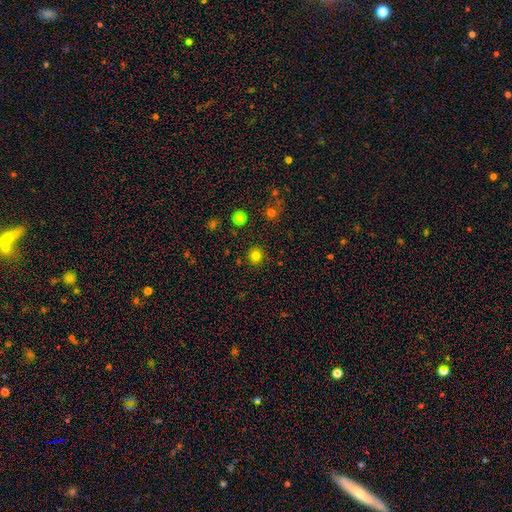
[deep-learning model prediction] Overall: smooth (81%). How rounded: round (91%). Merging: none (90%).